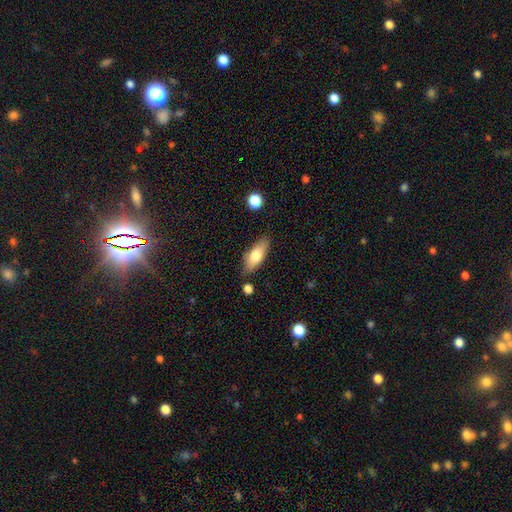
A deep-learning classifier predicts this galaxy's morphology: Smooth or featured? smooth (73%)
How rounded? in between (74%)
Merging? none (80%)